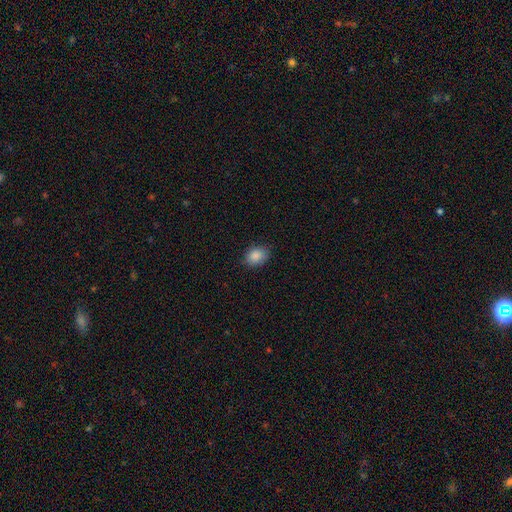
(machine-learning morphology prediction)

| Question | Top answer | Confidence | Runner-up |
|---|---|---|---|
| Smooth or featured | smooth | 87% | star or artifact (8%) |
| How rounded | in between | 67% | round (32%) |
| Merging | none | 81% | minor disturbance (15%) |